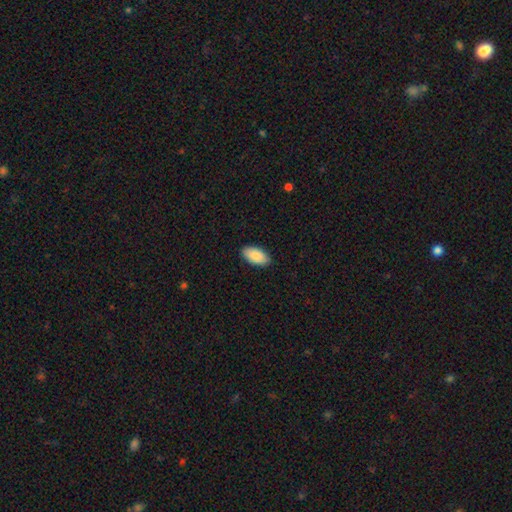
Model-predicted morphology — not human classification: type=smooth (88%); roundness=in between (95%); merging=none (89%).